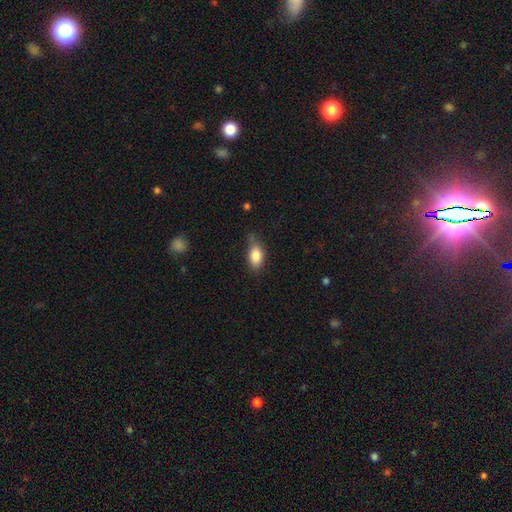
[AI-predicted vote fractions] Smooth or featured? Predicted: smooth (p=0.83). How rounded? Predicted: in between (p=0.87). Merging? Predicted: none (p=0.58).